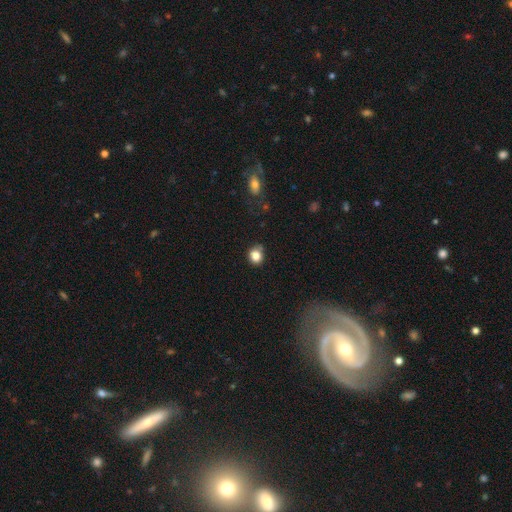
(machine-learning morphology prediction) type=smooth (83%); roundness=round (75%); merging=none (73%).